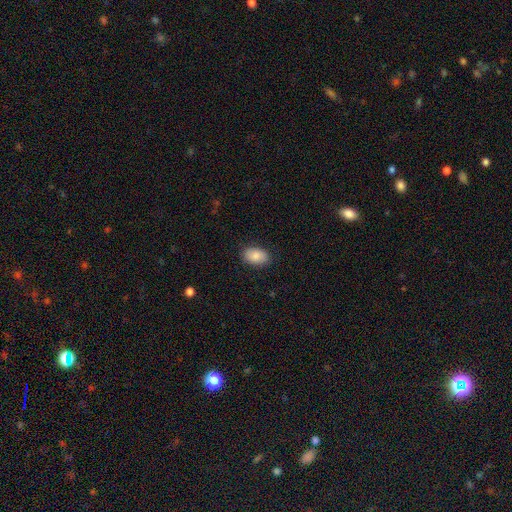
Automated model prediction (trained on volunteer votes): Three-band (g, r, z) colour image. It shows a smooth galaxy with no disk features (87%) that is in between round and cigar-shaped (89%). Merging: none (87%).